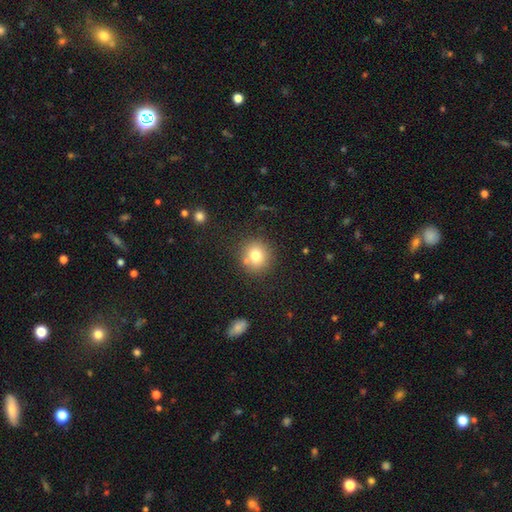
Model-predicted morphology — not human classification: The model was most divided on "smooth or featured": smooth: 77%, star or artifact: 12%, featured or disk: 11%. More confident: how rounded — round (88%); merging — none (78%).